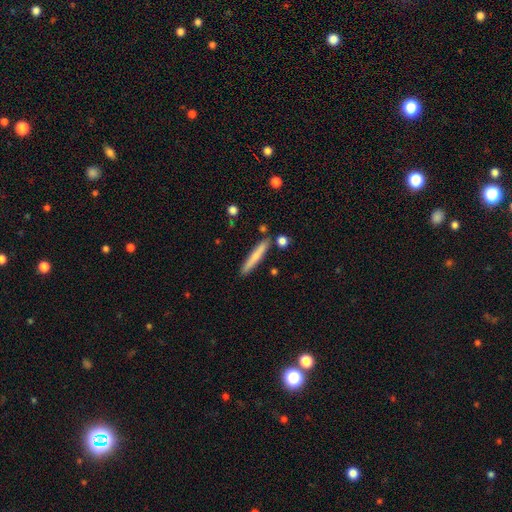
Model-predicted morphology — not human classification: Smooth or featured: smooth — 71% (featured or disk — 23%)
How rounded: cigar-shaped — 94% (in between — 4%)
Merging: none — 85% (minor disturbance — 9%)